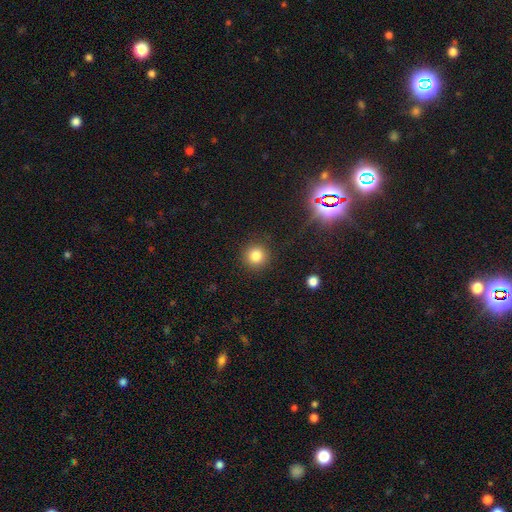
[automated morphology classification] type=smooth (81%); roundness=round (93%); merging=none (91%).